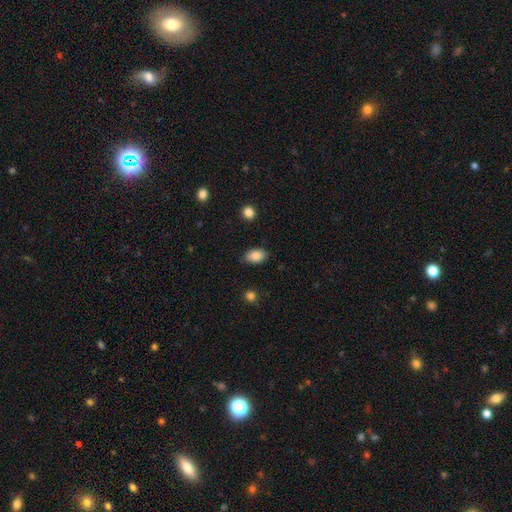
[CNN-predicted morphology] Smooth or featured: smooth — 87% (star or artifact — 8%)
How rounded: in between — 91% (round — 7%)
Merging: none — 85% (minor disturbance — 11%)